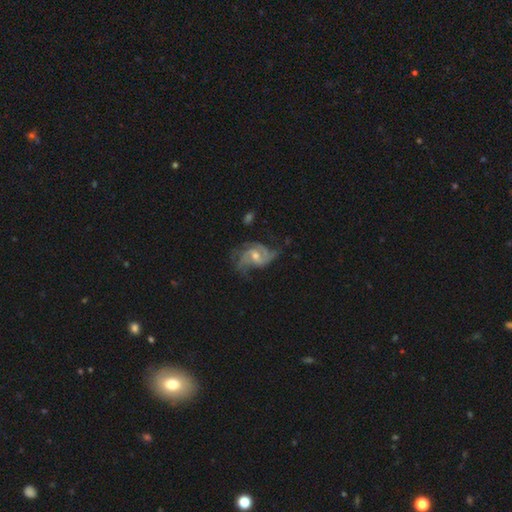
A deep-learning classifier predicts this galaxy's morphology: A featured or disk galaxy (86%) with a weak bar (45%), 2 (44%) medium (49%) spiral arms (96%) and a moderate central bulge (58%).

Vote fractions:
- Smooth or featured? featured or disk: 86% / smooth: 7% / star or artifact: 7%
- Edge-on disk? no: 98% / yes: 2%
- Bar? weak: 45% / no: 42% / strong: 13%
- Spiral arms? yes: 96% / no: 4%
- Spiral winding? medium: 49% / tight: 28% / loose: 23%
- Spiral arm count? 2: 44% / 3: 30% / can't tell: 12% / 4: 6% / 1: 4% / more than 4: 4%
- Bulge size? moderate: 58% / small: 36% / large: 3% / none: 2% / dominant: 1%
- Merging? none: 57% / minor disturbance: 23% / major disturbance: 18% / merger: 3%